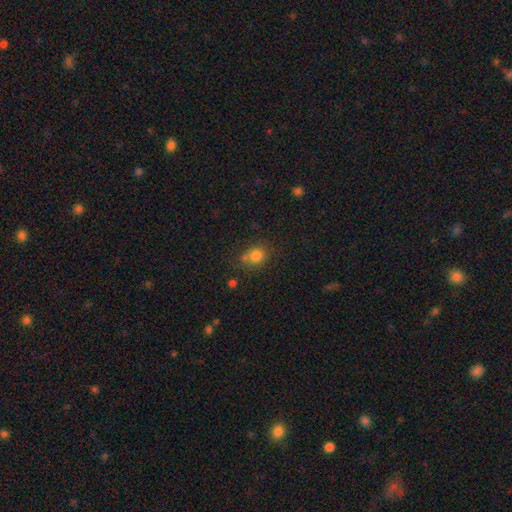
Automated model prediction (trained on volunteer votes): The model was most divided on "merging": none: 62%, merger: 17%, minor disturbance: 16%, major disturbance: 5%. More confident: smooth or featured — smooth (80%); how rounded — round (73%).